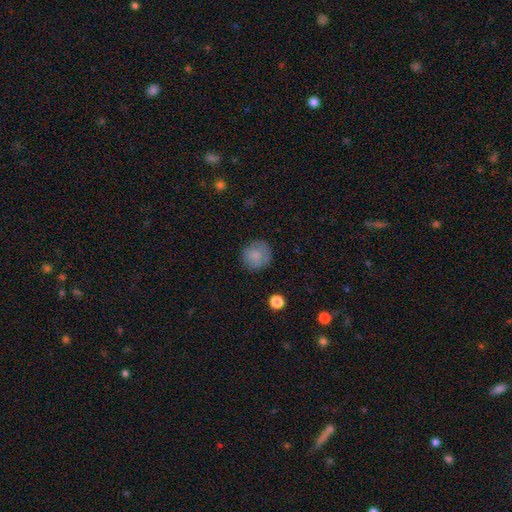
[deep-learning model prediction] Smooth or featured? Predicted: smooth (p=0.82). How rounded? Predicted: round (p=0.89). Merging? Predicted: none (p=0.79).